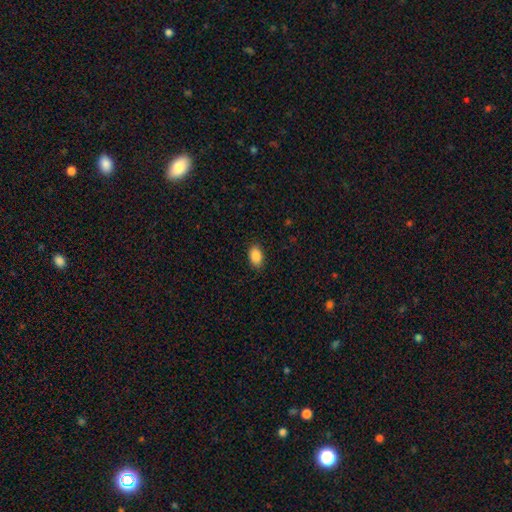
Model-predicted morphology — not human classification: This is clearly a smooth galaxy (89%). How rounded: clearly in between (91%). Merging: clearly none (88%).